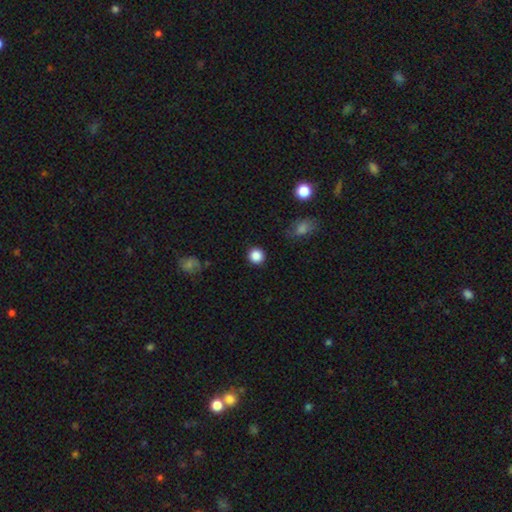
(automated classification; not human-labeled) This is clearly a smooth galaxy (87%). How rounded: clearly round (92%). Merging: clearly none (90%).